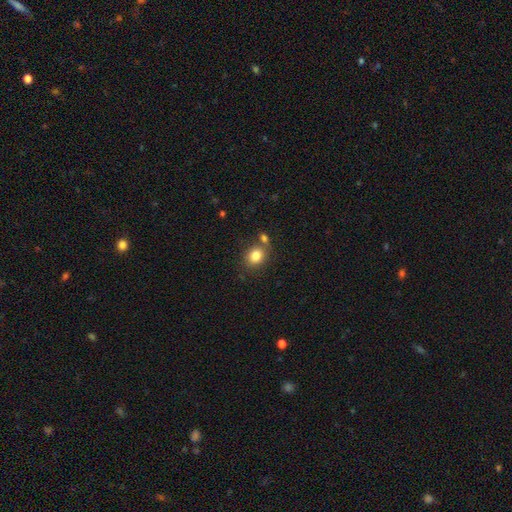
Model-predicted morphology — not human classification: The model was most divided on "how rounded": round: 60%, in between: 39%, cigar-shaped: 1%. More confident: smooth or featured — smooth (82%); merging — none (65%).